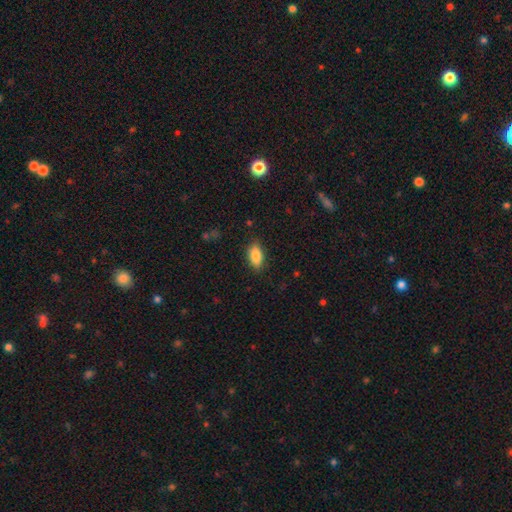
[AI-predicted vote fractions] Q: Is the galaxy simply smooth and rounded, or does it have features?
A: smooth — 86%.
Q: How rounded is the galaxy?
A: in between — 91%.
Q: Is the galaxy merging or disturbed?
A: none — 85%.